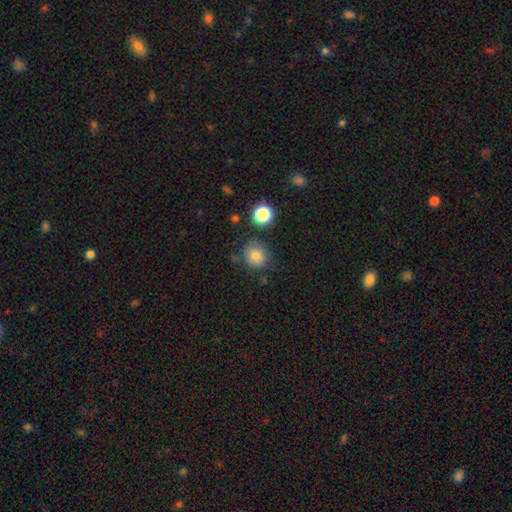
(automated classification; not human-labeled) Morphology: type=smooth (80%); roundness=round (84%); merging=none (77%).